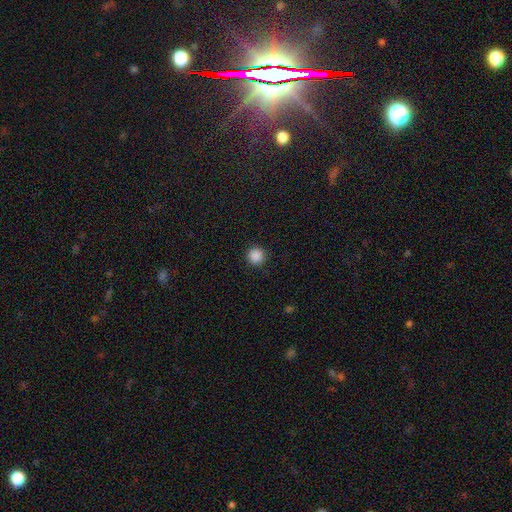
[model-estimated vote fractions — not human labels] A smooth galaxy with no disk features (88%) that is round (96%).

Vote fractions:
- Smooth or featured? smooth: 88% / star or artifact: 10% / featured or disk: 2%
- How rounded? round: 96% / in between: 3% / cigar-shaped: 1%
- Merging? none: 92% / minor disturbance: 5% / major disturbance: 2% / merger: 1%